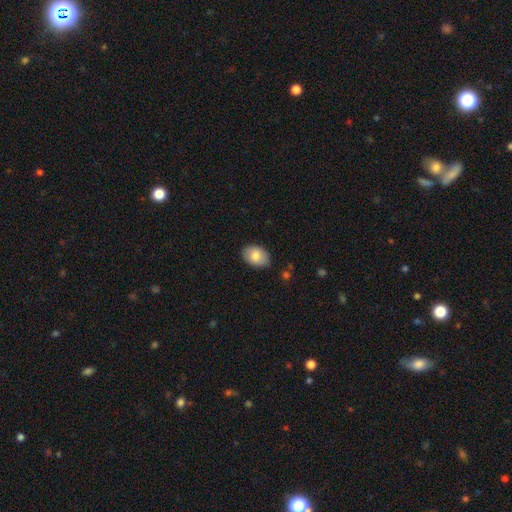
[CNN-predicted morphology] smooth-or-featured: smooth: 82% | featured or disk: 11% | star or artifact: 7%
  how-rounded: in between: 87% | round: 12% | cigar-shaped: 1%
  merging: none: 85% | minor disturbance: 11% | major disturbance: 2% | merger: 1%